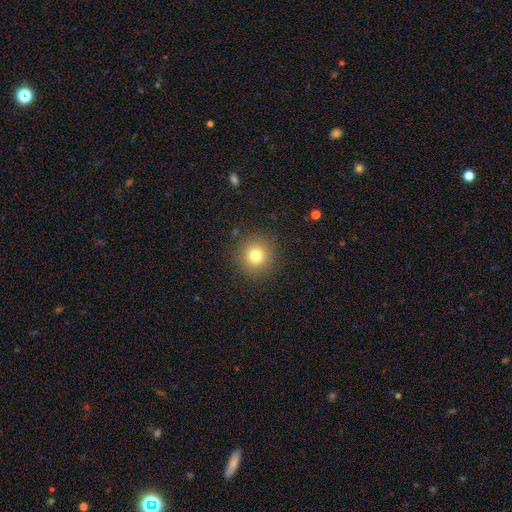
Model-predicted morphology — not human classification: smooth-or-featured: smooth: 78% | star or artifact: 14% | featured or disk: 8%
  how-rounded: round: 94% | in between: 5% | cigar-shaped: 1%
  merging: none: 90% | minor disturbance: 6% | major disturbance: 3% | merger: 1%